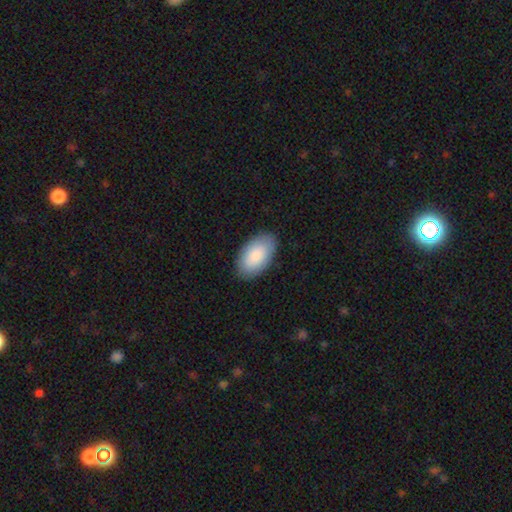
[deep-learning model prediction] A smooth galaxy with no disk features (86%) that is in between round and cigar-shaped (95%).

Vote fractions:
- Smooth or featured? smooth: 86% / featured or disk: 9% / star or artifact: 6%
- How rounded? in between: 95% / round: 3% / cigar-shaped: 1%
- Merging? none: 86% / minor disturbance: 11% / major disturbance: 2% / merger: 1%